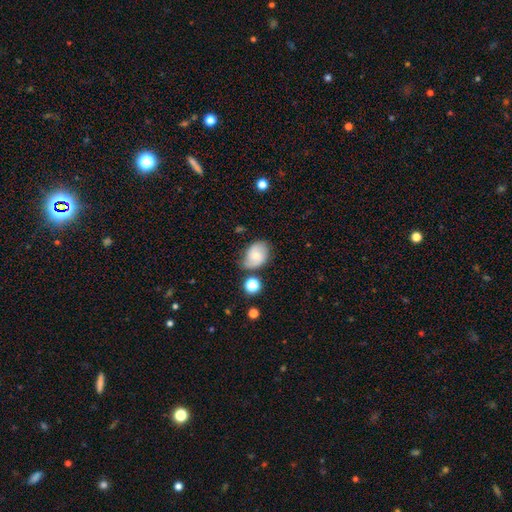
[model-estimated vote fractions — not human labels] Overall: smooth (53%; featured or disk 38%). How rounded: in between (74%). Merging: none (58%; minor disturbance 28%).